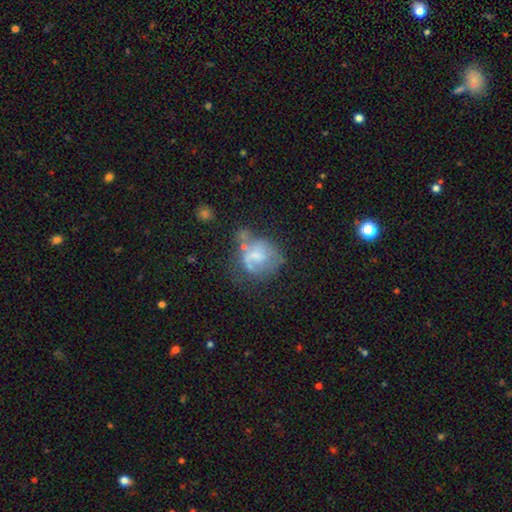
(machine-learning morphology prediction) This appears to be a featured or disk galaxy (48%). Merging: none (31%, tied with major disturbance).